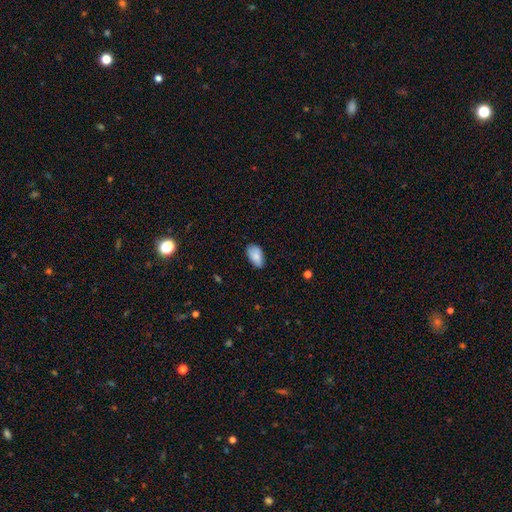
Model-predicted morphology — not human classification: Q: Smooth or featured?
A: smooth (86%); runner-up: featured or disk (7%)
Q: How rounded?
A: in between (94%); runner-up: round (4%)
Q: Merging?
A: none (77%); runner-up: minor disturbance (19%)